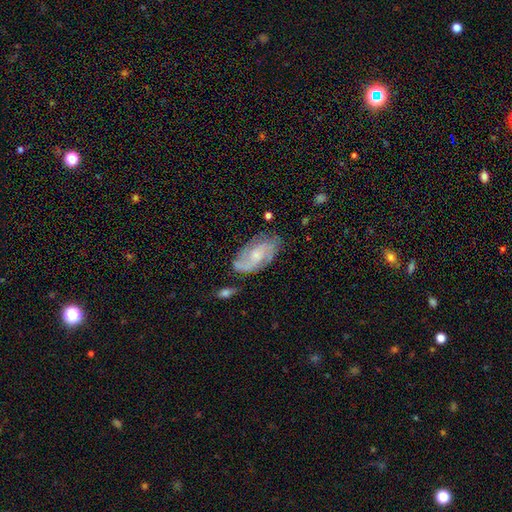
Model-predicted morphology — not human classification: smooth_or_featured: featured or disk (p=0.75) [alt: smooth p=0.18]
disk_edge_on: no (p=0.96) [alt: yes p=0.04]
bar: no (p=0.60) [alt: weak p=0.34]
has_spiral_arms: yes (p=0.93) [alt: no p=0.07]
spiral_winding: medium (p=0.43) [alt: tight p=0.41]
spiral_arm_count: 2 (p=0.49) [alt: can't tell p=0.21]
bulge_size: small (p=0.49) [alt: moderate p=0.38]
merging: none (p=0.71) [alt: minor disturbance p=0.20]